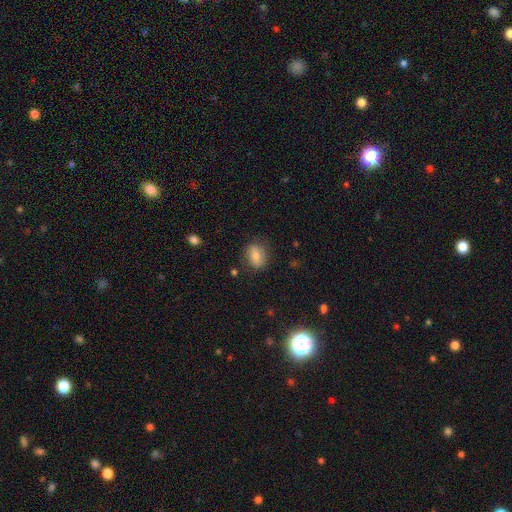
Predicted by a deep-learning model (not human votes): Q: Smooth or featured?
A: smooth (74%); runner-up: featured or disk (17%)
Q: How rounded?
A: in between (65%); runner-up: round (33%)
Q: Merging?
A: none (76%); runner-up: minor disturbance (17%)